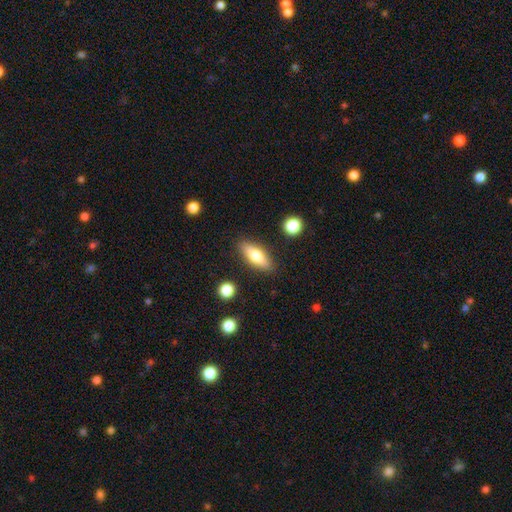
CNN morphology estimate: smooth_or_featured: smooth (p=0.66) [alt: featured or disk p=0.27]
how_rounded: in between (p=0.61) [alt: cigar-shaped p=0.36]
merging: none (p=0.85) [alt: minor disturbance p=0.10]